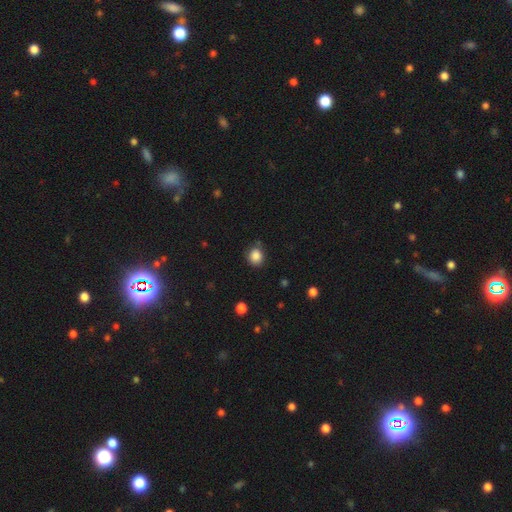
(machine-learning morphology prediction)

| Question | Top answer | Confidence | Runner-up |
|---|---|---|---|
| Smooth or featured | smooth | 86% | star or artifact (10%) |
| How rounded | round | 78% | in between (21%) |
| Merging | none | 79% | minor disturbance (14%) |